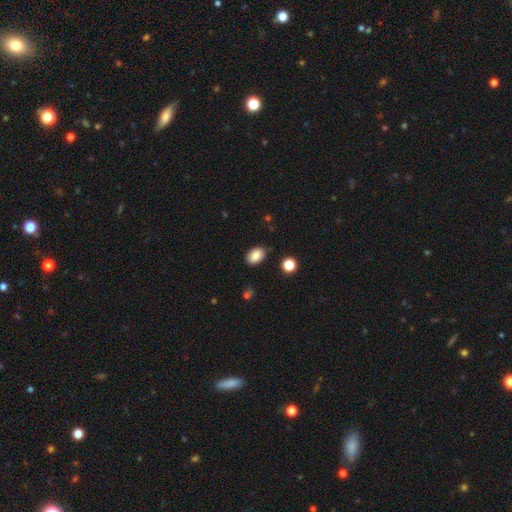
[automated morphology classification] Overall: smooth (86%). How rounded: in between (85%). Merging: none (84%).